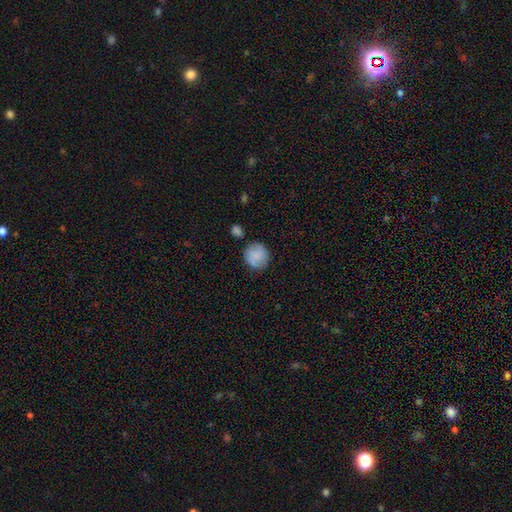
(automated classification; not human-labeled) This appears to be a smooth galaxy with no disk features (81%) that is round (88%). Merging: none (75%).